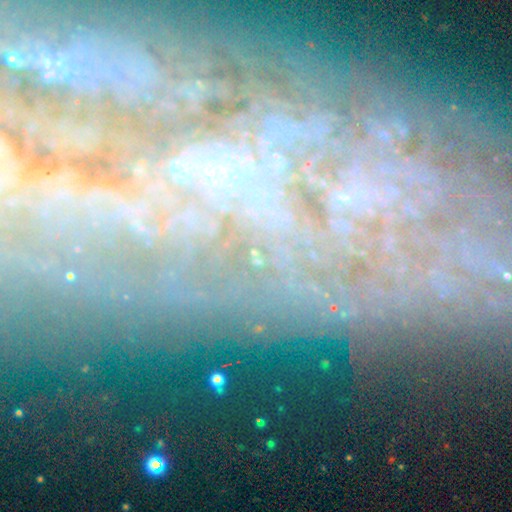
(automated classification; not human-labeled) A star or artifact, not a galaxy (55%).

Vote fractions:
- Smooth or featured? star or artifact: 55% / featured or disk: 29% / smooth: 16%